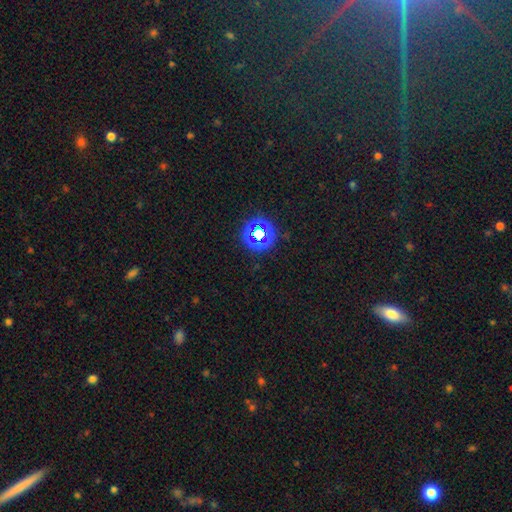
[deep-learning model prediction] Q: Smooth or featured?
A: star or artifact (55%); runner-up: smooth (36%)